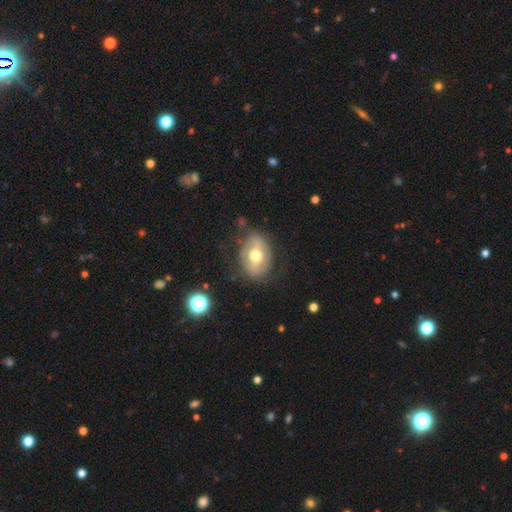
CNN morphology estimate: featured or disk 49%, smooth 44%, star or artifact 7%. Down the decision tree: merging — none (68%).